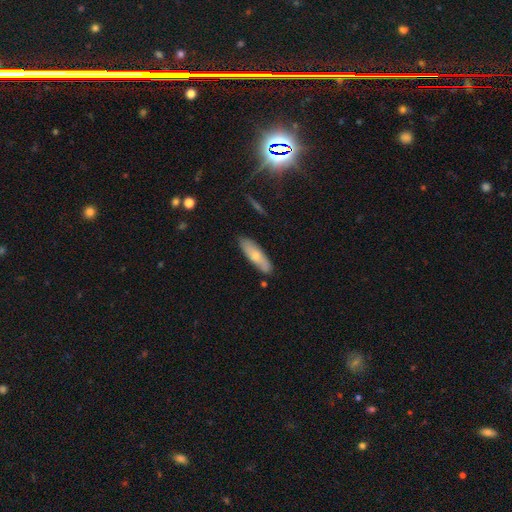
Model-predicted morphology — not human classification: Smooth or featured?
  - smooth: 61% *
  - featured or disk: 32%
  - star or artifact: 6%
How rounded?
  - cigar-shaped: 52% *
  - in between: 46%
  - round: 2%
Merging?
  - none: 81% *
  - minor disturbance: 14%
  - merger: 3%
  - major disturbance: 2%